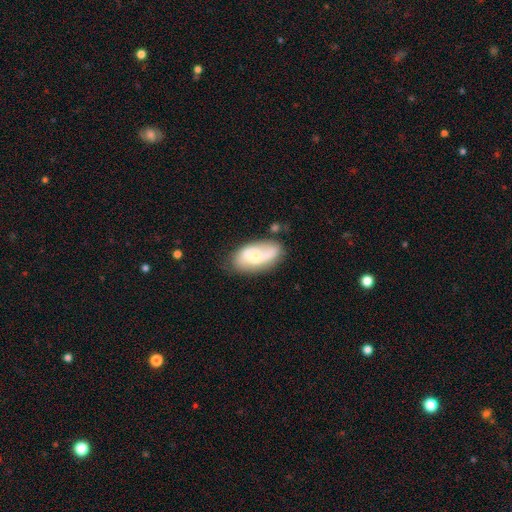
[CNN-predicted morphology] The model was most divided on "bulge size": moderate: 42%, small: 41%, none: 8%, large: 6%, dominant: 2%. More confident: edge-on disk — no (94%); spiral arms — yes (84%); merging — none (67%); smooth or featured — featured or disk (57%); bar — no (55%).